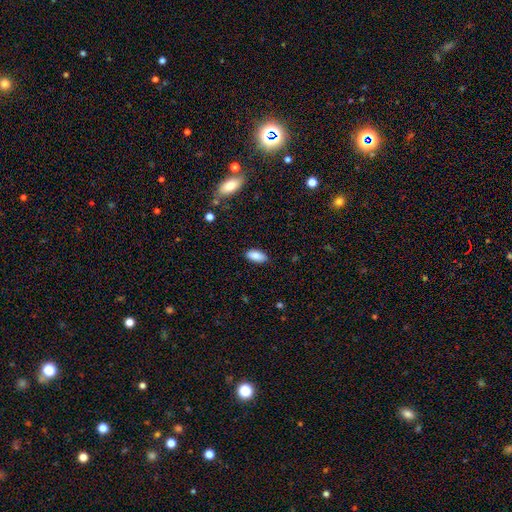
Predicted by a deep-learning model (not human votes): A smooth galaxy with no disk features (88%) that is in between round and cigar-shaped (91%).

Vote fractions:
- Smooth or featured? smooth: 88% / star or artifact: 7% / featured or disk: 6%
- How rounded? in between: 91% / cigar-shaped: 7% / round: 2%
- Merging? none: 86% / minor disturbance: 10% / major disturbance: 2% / merger: 1%